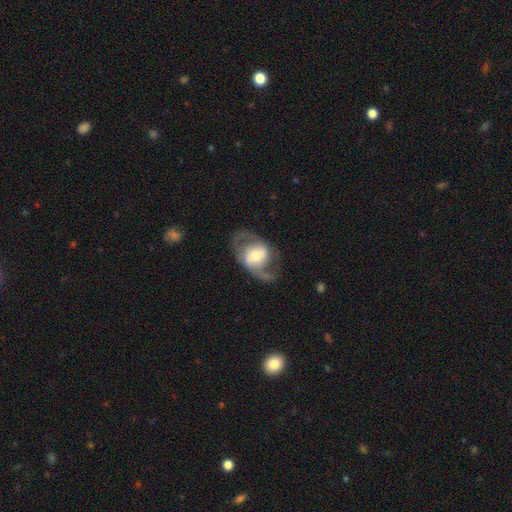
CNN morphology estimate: This appears to be a featured or disk galaxy (74%) with no bar (39%), 2 (85%) medium (49%) spiral arms (78%) and a moderate central bulge (53%). Merging: none (67%).